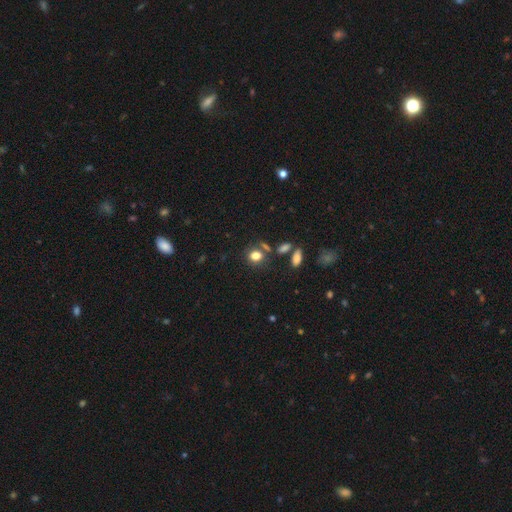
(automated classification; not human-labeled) Smooth or featured: smooth — 78% (star or artifact — 14%)
How rounded: round — 60% (in between — 38%)
Merging: none — 70% (merger — 13%)